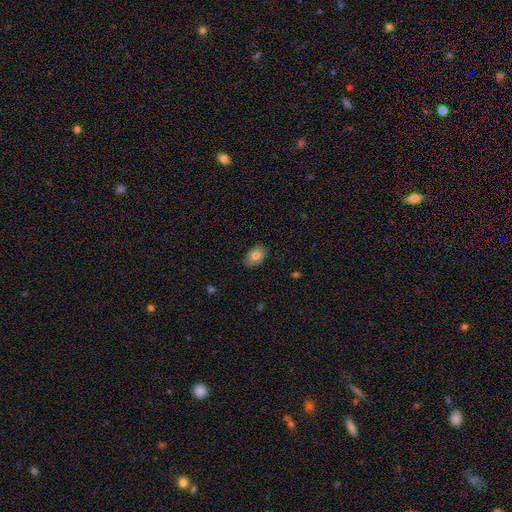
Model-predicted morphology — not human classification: This is likely a smooth galaxy (74%). How rounded: clearly in between (89%). Merging: clearly none (84%).